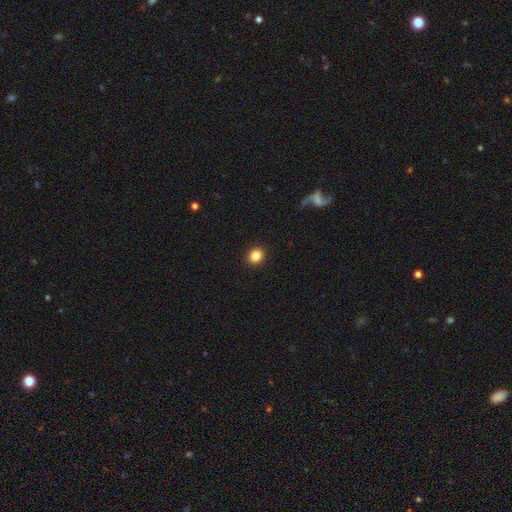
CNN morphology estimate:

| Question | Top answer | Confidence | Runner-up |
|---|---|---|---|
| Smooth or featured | smooth | 85% | star or artifact (10%) |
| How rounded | round | 79% | in between (20%) |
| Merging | none | 92% | minor disturbance (5%) |